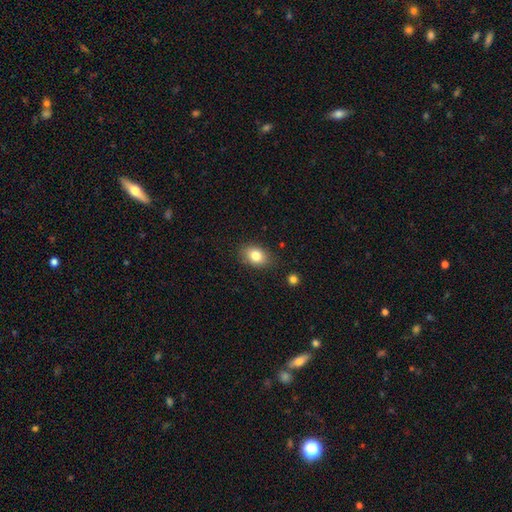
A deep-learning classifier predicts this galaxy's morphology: Smooth or featured? smooth (82%)
How rounded? in between (76%)
Merging? none (83%)